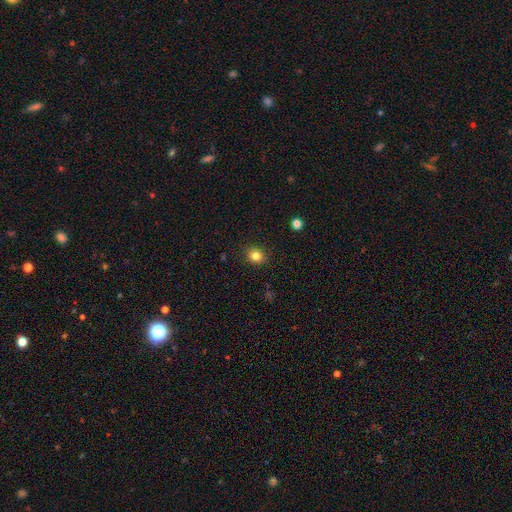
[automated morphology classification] The model was most divided on "how rounded": round: 73%, in between: 26%, cigar-shaped: 1%. More confident: merging — none (90%); smooth or featured — smooth (82%).